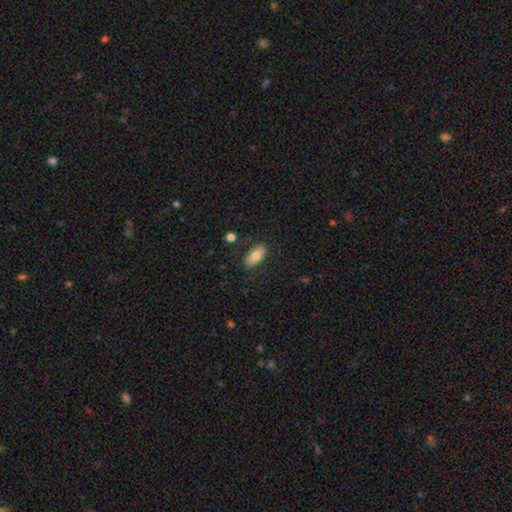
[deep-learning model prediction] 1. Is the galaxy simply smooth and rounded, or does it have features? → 73% smooth, 20% featured or disk, 7% star or artifact.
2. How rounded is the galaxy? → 88% in between, 8% cigar-shaped, 4% round.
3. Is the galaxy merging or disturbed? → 79% none, 14% minor disturbance, 4% major disturbance, 2% merger.